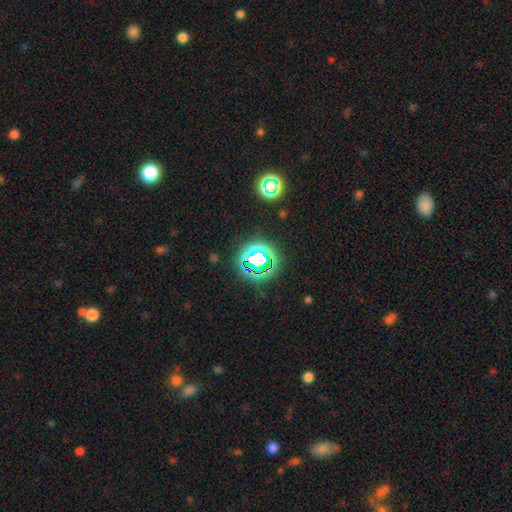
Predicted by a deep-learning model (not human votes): The model was most divided on "smooth or featured": star or artifact: 63%, smooth: 24%, featured or disk: 13%.